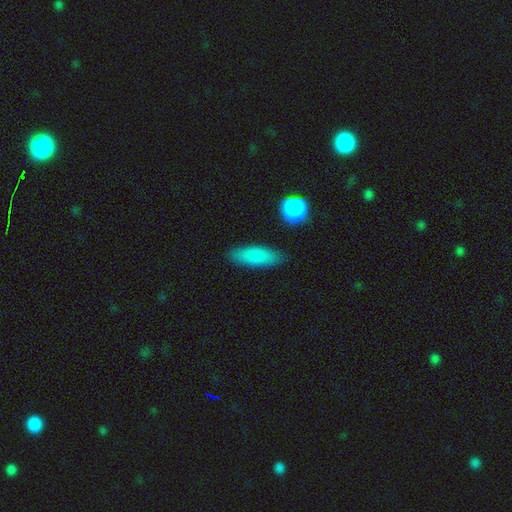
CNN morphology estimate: Smooth or featured?
  - smooth: 84% *
  - featured or disk: 9%
  - star or artifact: 7%
How rounded?
  - in between: 61% *
  - cigar-shaped: 36%
  - round: 3%
Merging?
  - none: 83% *
  - minor disturbance: 12%
  - major disturbance: 3%
  - merger: 2%